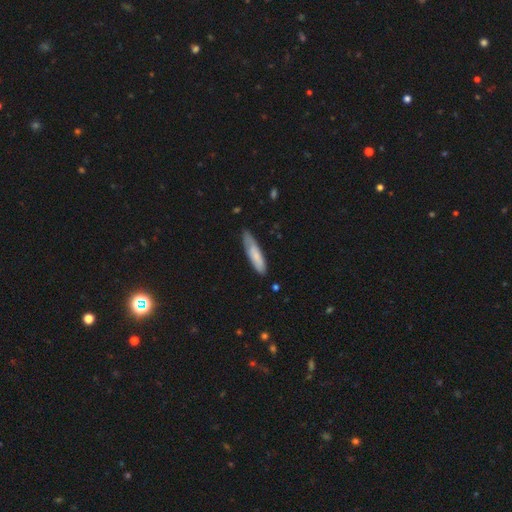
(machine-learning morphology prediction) smooth-or-featured: smooth: 72% | featured or disk: 23% | star or artifact: 5%
  how-rounded: cigar-shaped: 79% | in between: 20% | round: 1%
  merging: none: 73% | minor disturbance: 22% | major disturbance: 3% | merger: 2%